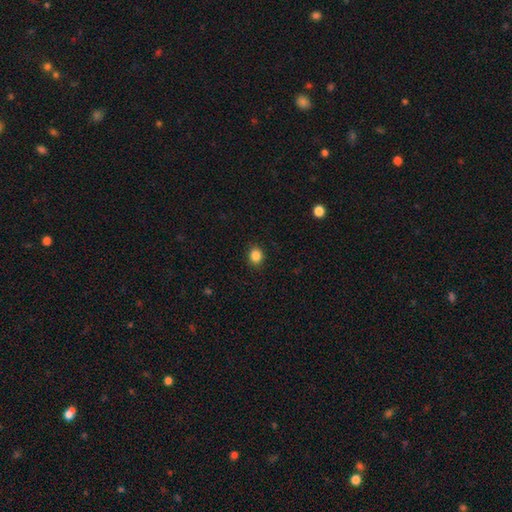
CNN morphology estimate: The model was most divided on "how rounded": round: 65%, in between: 34%, cigar-shaped: 1%. More confident: merging — none (90%); smooth or featured — smooth (86%).